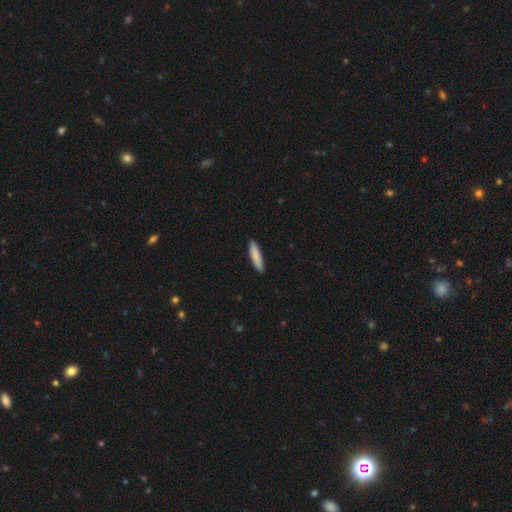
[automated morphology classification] smooth 85%, featured or disk 10%, star or artifact 5%. Down the decision tree: how rounded — cigar-shaped (84%); merging — none (90%).